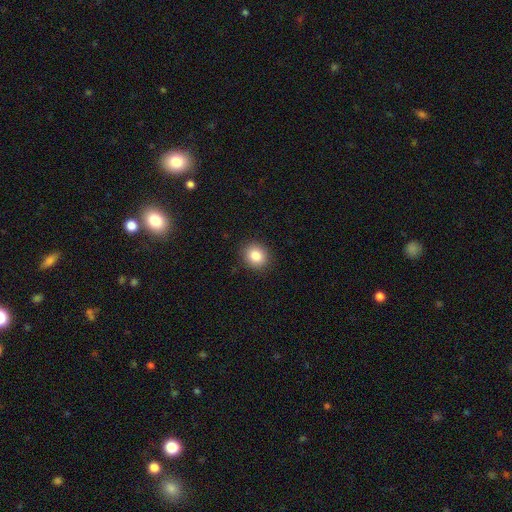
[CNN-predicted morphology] A smooth galaxy with no disk features (84%) that is round (77%). Merging: none (90%).